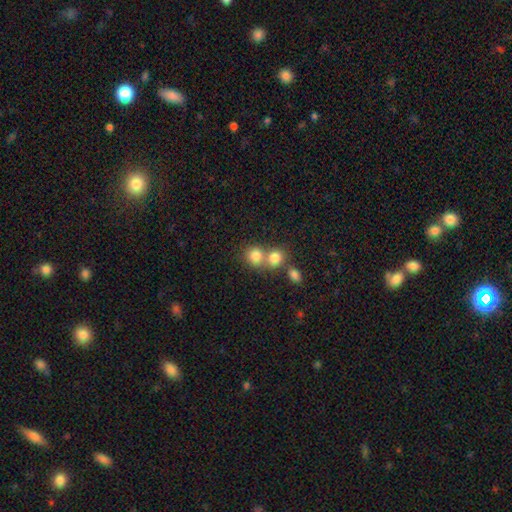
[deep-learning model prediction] smooth-or-featured: smooth: 80% | star or artifact: 11% | featured or disk: 9%
  how-rounded: round: 79% | in between: 20% | cigar-shaped: 1%
  merging: merger: 49% | none: 41% | minor disturbance: 6% | major disturbance: 3%